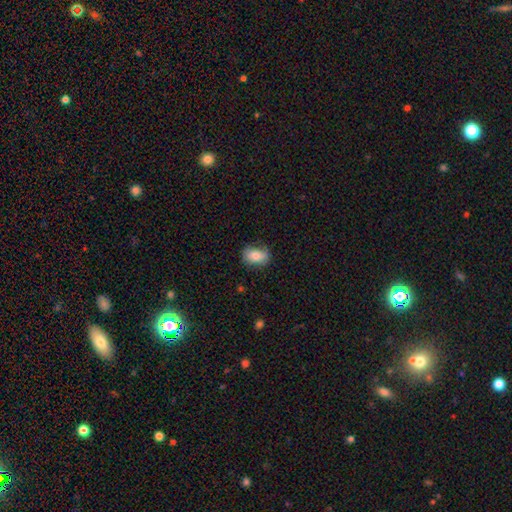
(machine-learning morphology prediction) This is likely a smooth galaxy (77%). How rounded: clearly in between (82%). Merging: likely none (74%).